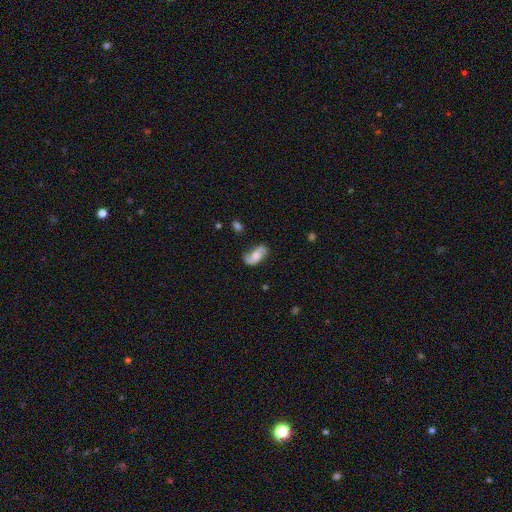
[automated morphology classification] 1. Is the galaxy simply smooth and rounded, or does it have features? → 48% featured or disk, 44% smooth, 8% star or artifact.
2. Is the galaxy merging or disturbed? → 67% none, 24% minor disturbance, 7% major disturbance, 3% merger.